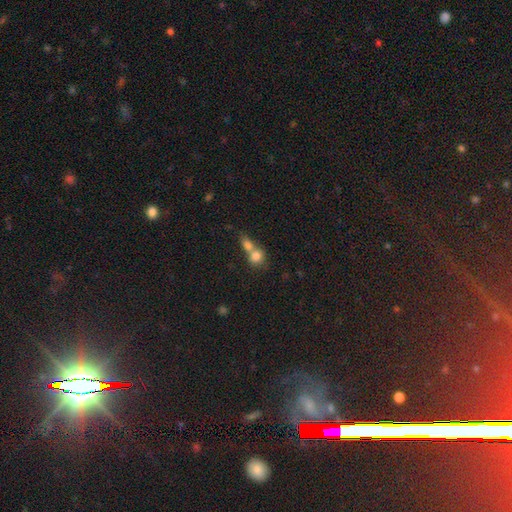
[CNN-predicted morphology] This appears to be a smooth galaxy with no disk features (78%) that is round (69%). Merging: merger (67%).